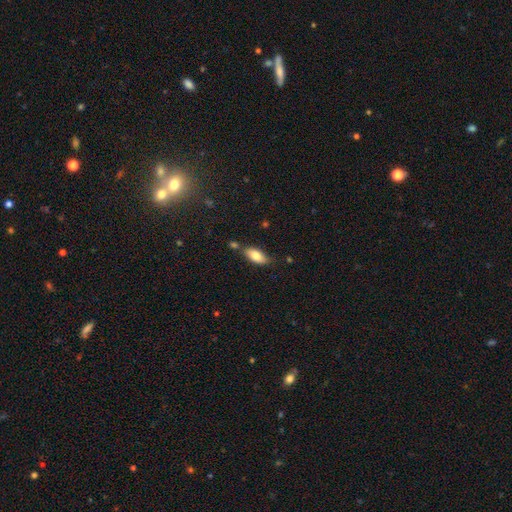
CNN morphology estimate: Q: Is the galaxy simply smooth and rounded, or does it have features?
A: smooth — 80%.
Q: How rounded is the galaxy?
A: in between — 87%.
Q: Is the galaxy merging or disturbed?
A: none — 74%.